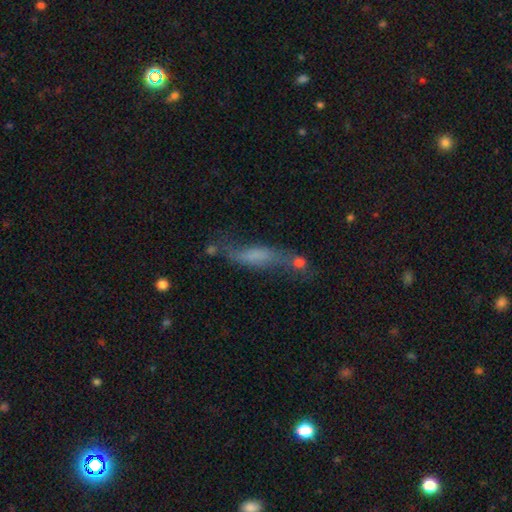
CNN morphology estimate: This is marginally a featured or disk galaxy (44%). Merging: marginally none (38%).